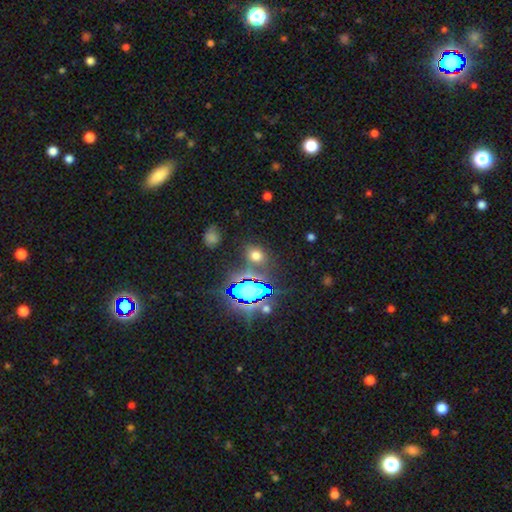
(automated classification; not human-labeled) A smooth galaxy with no disk features (59%) that is in between round and cigar-shaped (49%, tied with round). Merging: none (78%).